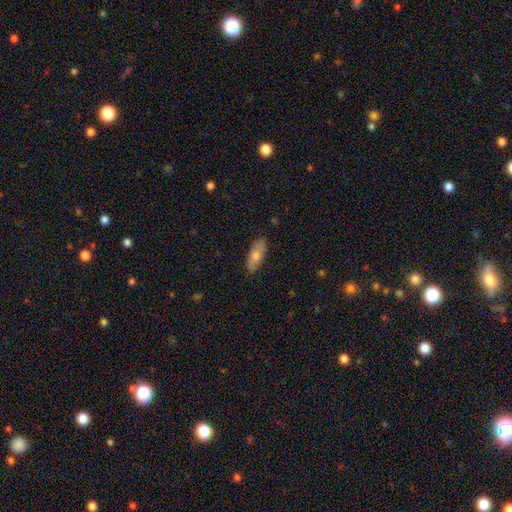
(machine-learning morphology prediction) smooth_or_featured: smooth (p=0.61) [alt: featured or disk p=0.32]
how_rounded: in between (p=0.69) [alt: cigar-shaped p=0.28]
merging: none (p=0.85) [alt: minor disturbance p=0.12]